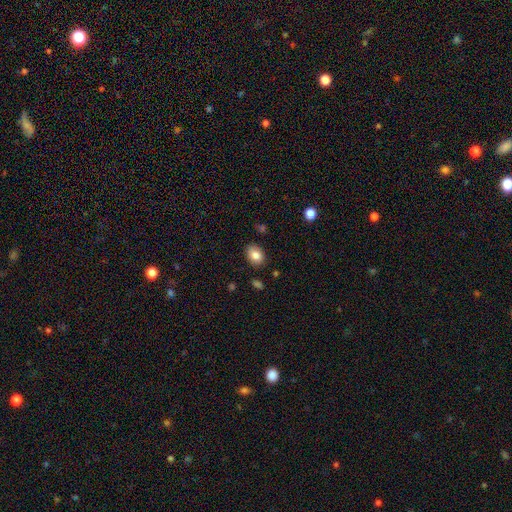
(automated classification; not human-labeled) Smooth or featured? smooth (84%)
How rounded? in between (72%)
Merging? none (86%)